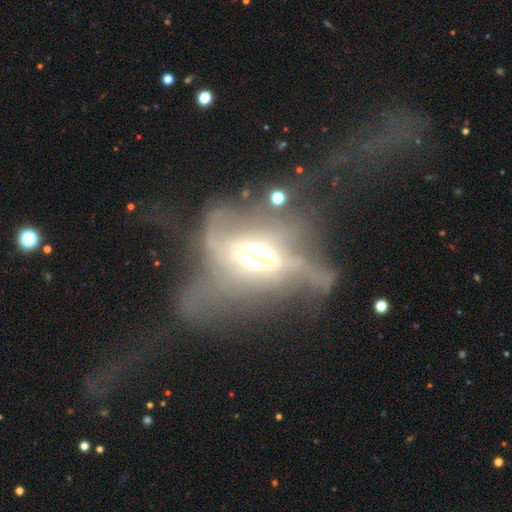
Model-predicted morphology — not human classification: smooth_or_featured: featured or disk (p=0.71) [alt: smooth p=0.17]
disk_edge_on: no (p=0.63) [alt: yes p=0.37]
merging: major disturbance (p=0.56) [alt: none p=0.19]